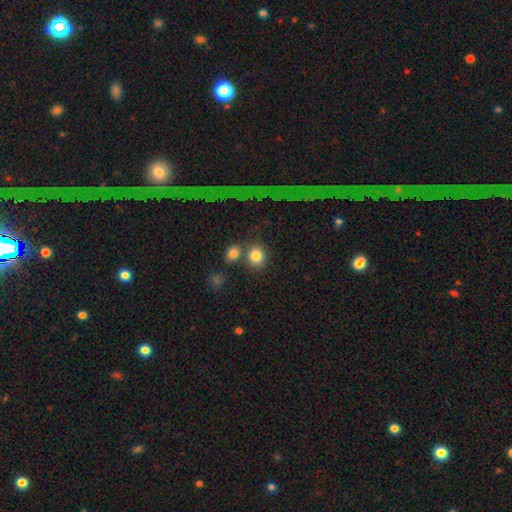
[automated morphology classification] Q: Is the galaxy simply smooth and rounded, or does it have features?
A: smooth — 83%.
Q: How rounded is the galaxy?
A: round — 74%.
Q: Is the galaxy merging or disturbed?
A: none — 65%.